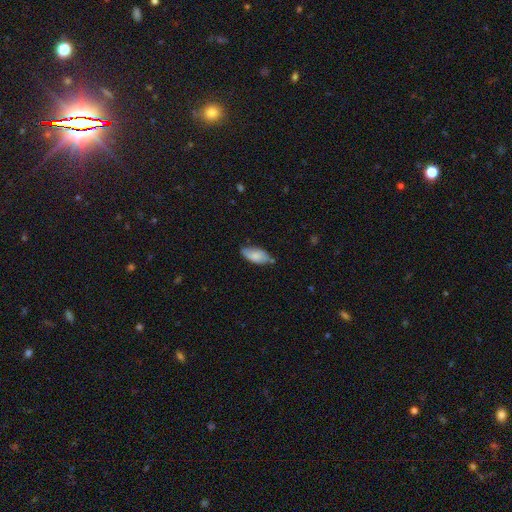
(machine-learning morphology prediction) This appears to be a smooth galaxy with no disk features (79%) that is in between round and cigar-shaped (90%). Merging: none (64%).